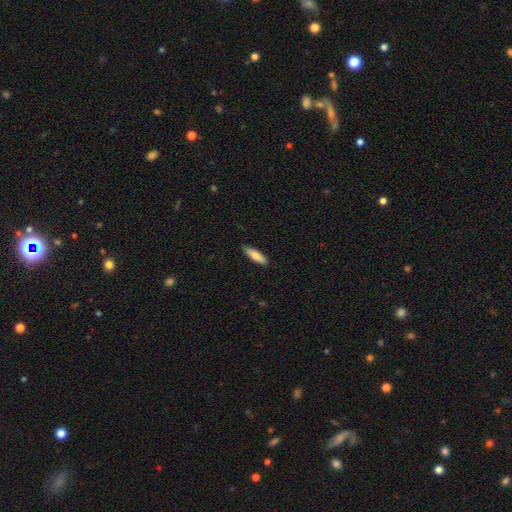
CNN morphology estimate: This appears to be a smooth galaxy with no disk features (81%) that is cigar-shaped (64%). Merging: none (88%).